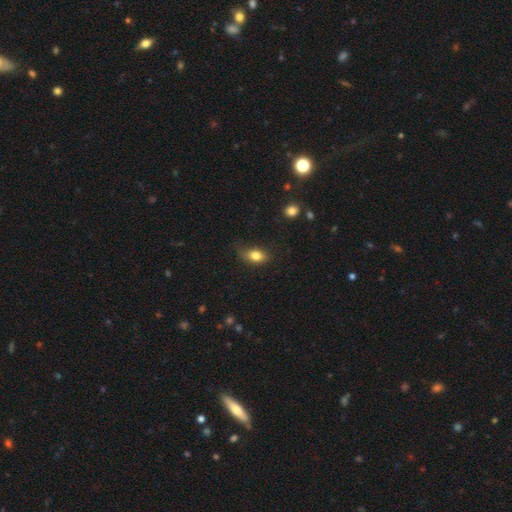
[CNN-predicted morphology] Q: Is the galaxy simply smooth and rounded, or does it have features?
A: smooth — 82%.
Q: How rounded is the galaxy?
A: in between — 83%.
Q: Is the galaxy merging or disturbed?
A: none — 64%.